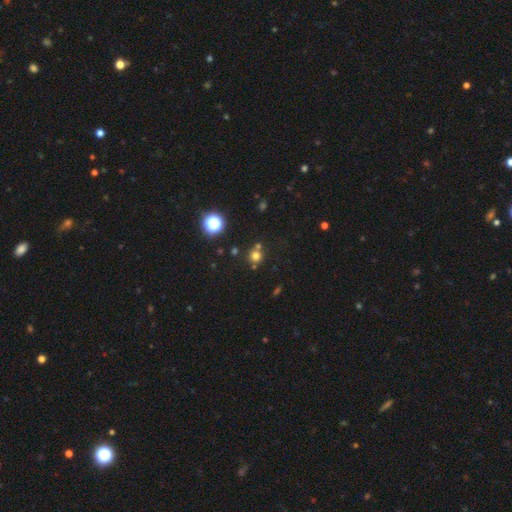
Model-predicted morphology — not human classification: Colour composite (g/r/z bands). It shows a smooth galaxy with no disk features (68%) that is round (92%). Merging: none (70%).